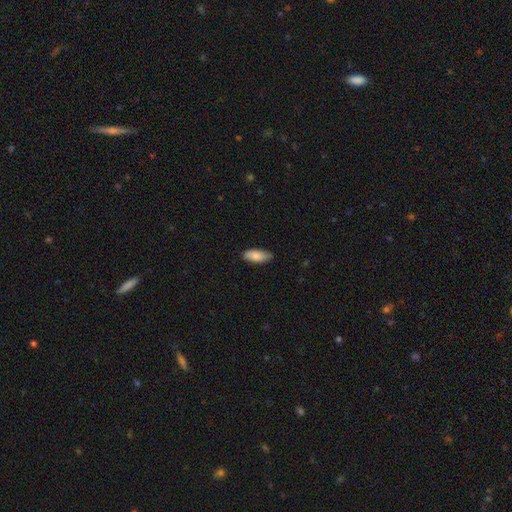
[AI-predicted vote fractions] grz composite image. It shows a smooth galaxy with no disk features (85%) that is in between round and cigar-shaped (83%). Merging: none (81%).